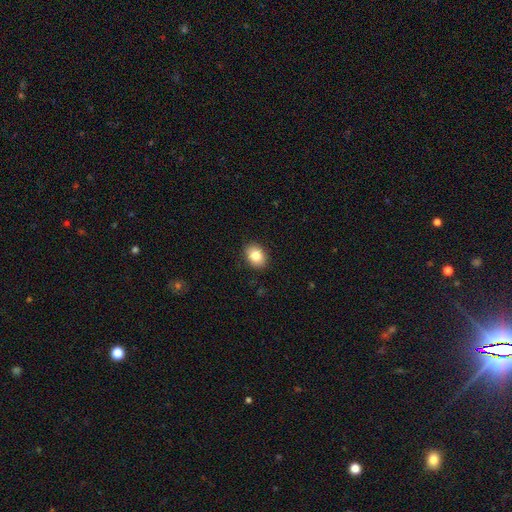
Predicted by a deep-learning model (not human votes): Smooth or featured: smooth — 84% (star or artifact — 9%)
How rounded: in between — 61% (round — 38%)
Merging: none — 90% (minor disturbance — 7%)